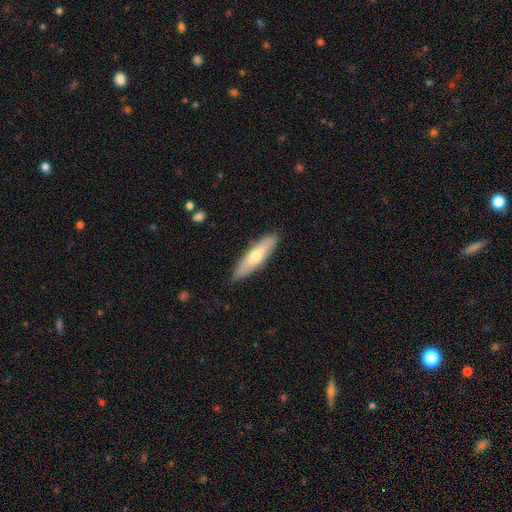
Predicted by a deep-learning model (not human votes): Smooth or featured? Predicted: smooth (p=0.58). How rounded? Predicted: cigar-shaped (p=0.66). Merging? Predicted: none (p=0.86).